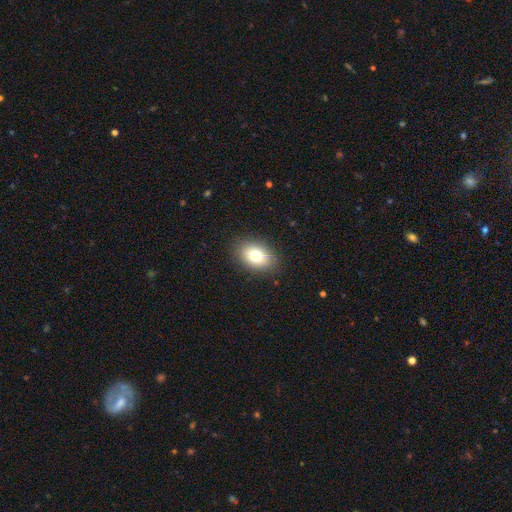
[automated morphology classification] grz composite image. It shows a smooth galaxy with no disk features (78%) that is in between round and cigar-shaped (82%). Merging: none (87%).